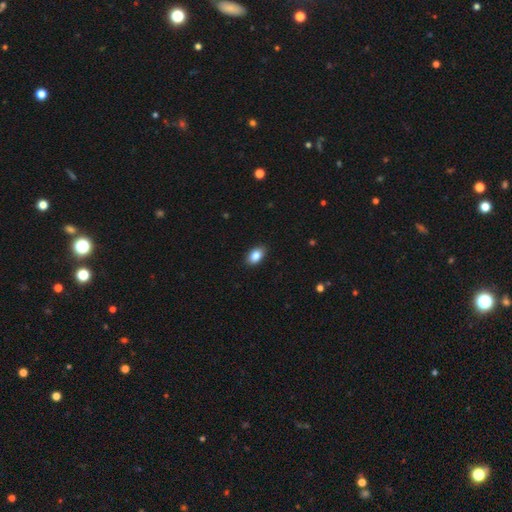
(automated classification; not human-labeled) smooth_or_featured: smooth (p=0.86) [alt: star or artifact p=0.08]
how_rounded: in between (p=0.90) [alt: round p=0.08]
merging: none (p=0.88) [alt: minor disturbance p=0.09]